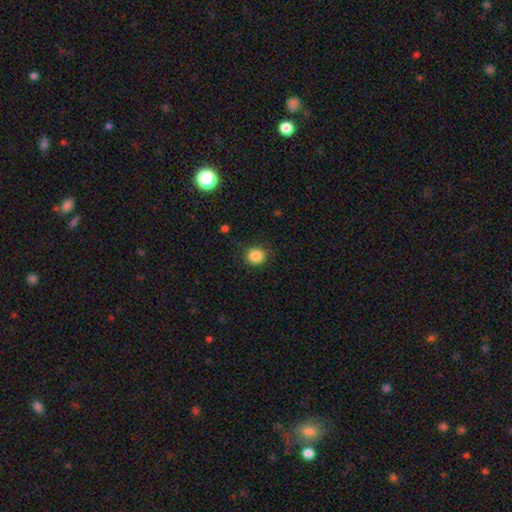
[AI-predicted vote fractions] Overall: smooth (86%). How rounded: round (89%). Merging: none (86%).